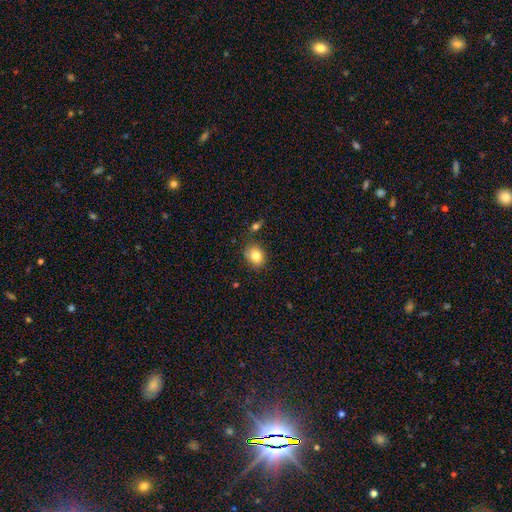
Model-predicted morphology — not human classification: The model was most divided on "how rounded": round: 54%, in between: 45%, cigar-shaped: 1%. More confident: smooth or featured — smooth (82%); merging — none (78%).